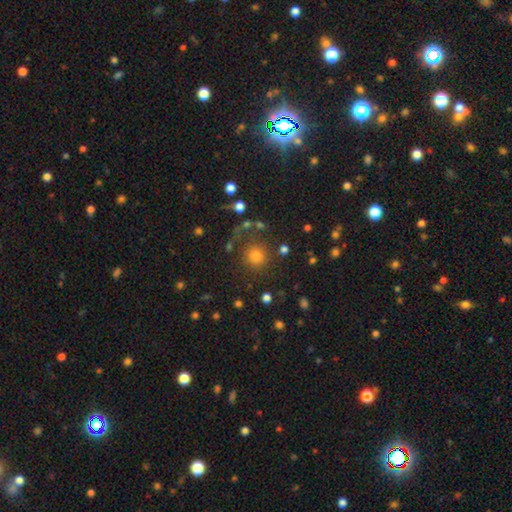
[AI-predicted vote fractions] A smooth galaxy with no disk features (71%) that is round (93%).

Vote fractions:
- Smooth or featured? smooth: 71% / star or artifact: 21% / featured or disk: 8%
- How rounded? round: 93% / in between: 6% / cigar-shaped: 1%
- Merging? none: 81% / minor disturbance: 9% / major disturbance: 6% / merger: 5%